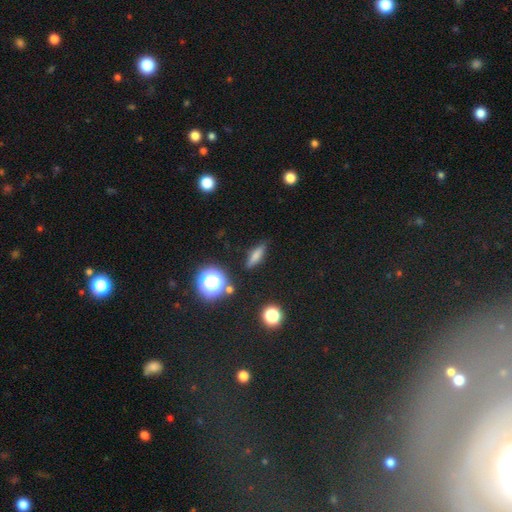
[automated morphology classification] Overall: smooth (65%). How rounded: cigar-shaped (57%; in between 32%). Merging: none (84%).